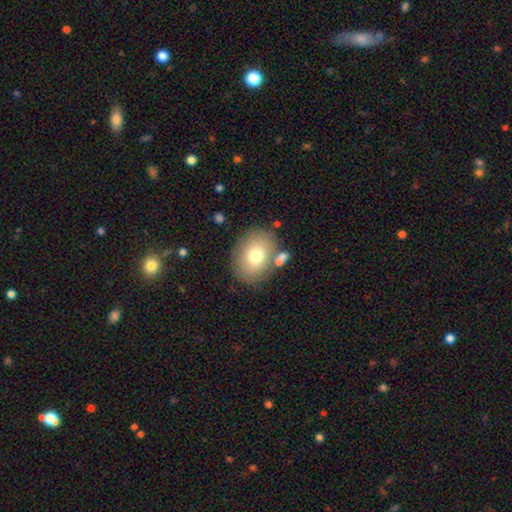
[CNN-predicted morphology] Smooth or featured: smooth — 73% (featured or disk — 17%)
How rounded: in between — 61% (round — 38%)
Merging: none — 75% (minor disturbance — 13%)